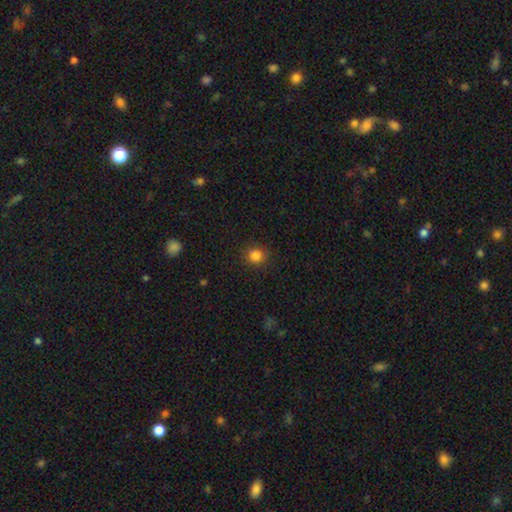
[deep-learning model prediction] smooth_or_featured: smooth (p=0.83) [alt: star or artifact p=0.13]
how_rounded: round (p=0.90) [alt: in between p=0.09]
merging: none (p=0.88) [alt: minor disturbance p=0.09]